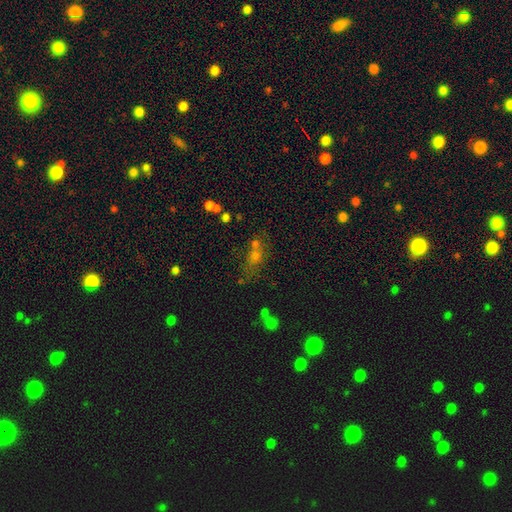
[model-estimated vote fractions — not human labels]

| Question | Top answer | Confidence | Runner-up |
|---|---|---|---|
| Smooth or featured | smooth | 55% | star or artifact (28%) |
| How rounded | in between | 53% | round (38%) |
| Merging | none | 45% | merger (32%) |